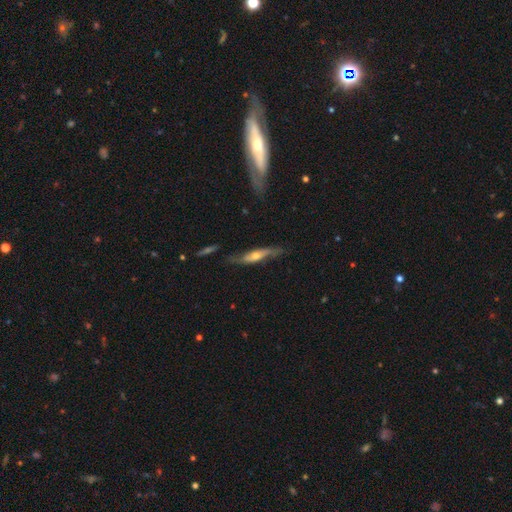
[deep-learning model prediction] A featured or disk galaxy (67%) viewed edge-on (62%).

Vote fractions:
- Smooth or featured? featured or disk: 67% / smooth: 27% / star or artifact: 6%
- Edge-on disk? yes: 62% / no: 38%
- Merging? none: 68% / minor disturbance: 22% / major disturbance: 8% / merger: 3%